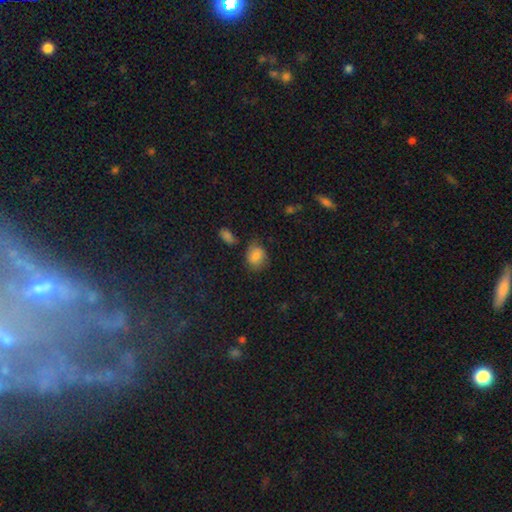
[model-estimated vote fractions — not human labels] A smooth galaxy with no disk features (80%) that is in between round and cigar-shaped (53%). Merging: none (64%).